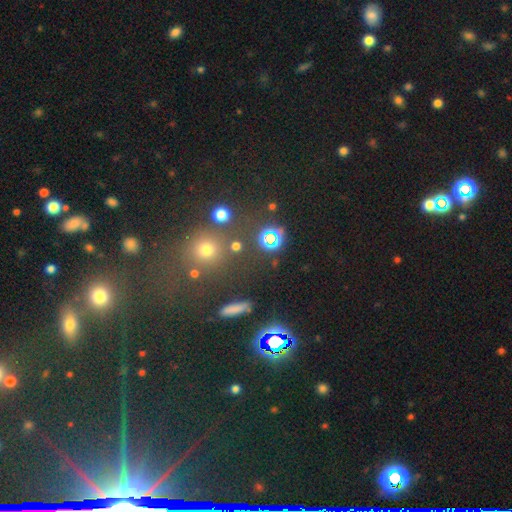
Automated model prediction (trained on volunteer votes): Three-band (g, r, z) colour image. It shows a star or artifact, not a galaxy (52%).